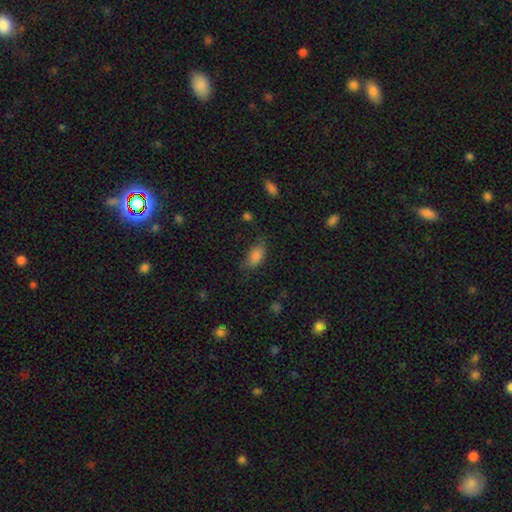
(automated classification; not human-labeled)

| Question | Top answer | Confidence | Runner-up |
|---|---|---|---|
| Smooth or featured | smooth | 84% | star or artifact (9%) |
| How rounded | in between | 89% | cigar-shaped (6%) |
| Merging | none | 65% | minor disturbance (25%) |